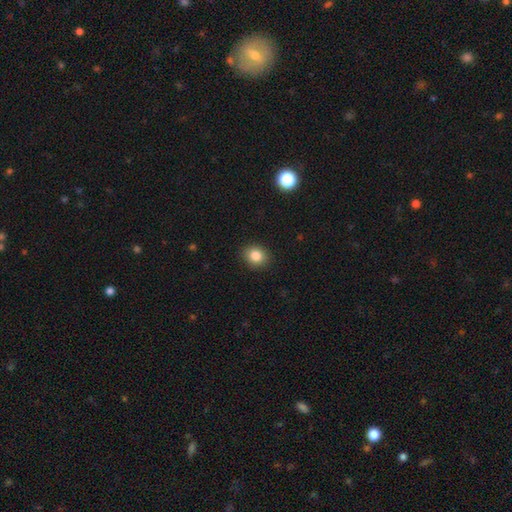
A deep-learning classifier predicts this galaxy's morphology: This is clearly a smooth galaxy (85%). How rounded: likely round (67%). Merging: clearly none (90%).